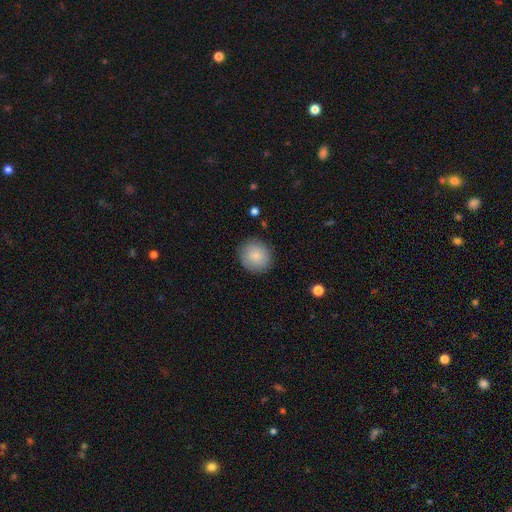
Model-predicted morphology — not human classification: smooth_or_featured: smooth (p=0.85) [alt: featured or disk p=0.08]
how_rounded: round (p=0.88) [alt: in between p=0.11]
merging: none (p=0.87) [alt: minor disturbance p=0.09]